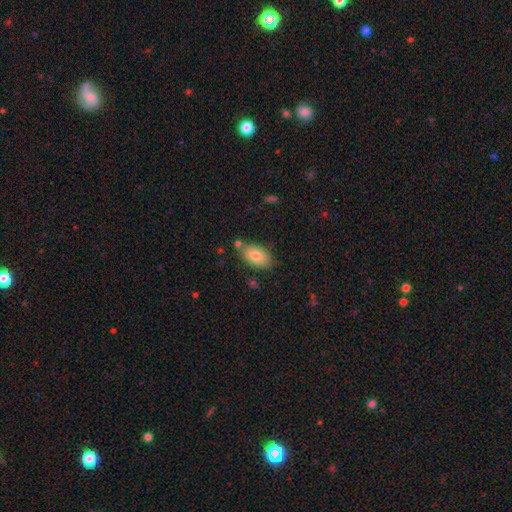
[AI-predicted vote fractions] Morphology: type=smooth (80%); roundness=in between (93%); merging=none (78%).